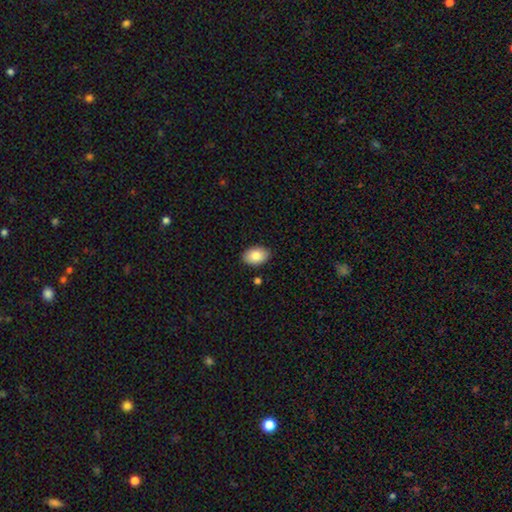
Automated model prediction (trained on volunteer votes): Smooth or featured: smooth — 85% (featured or disk — 8%)
How rounded: in between — 88% (round — 11%)
Merging: none — 87% (minor disturbance — 9%)